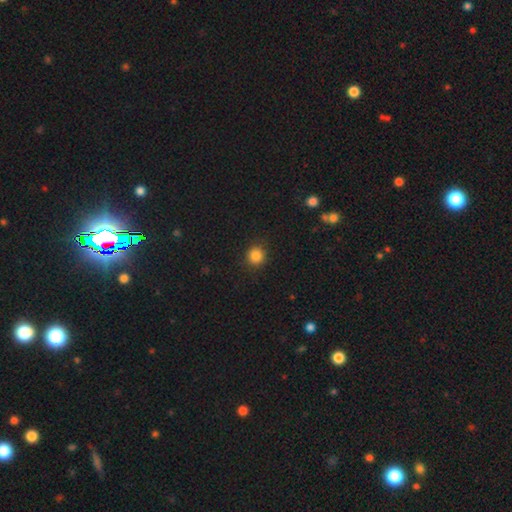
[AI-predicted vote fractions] Smooth or featured? smooth (85%)
How rounded? round (92%)
Merging? none (90%)